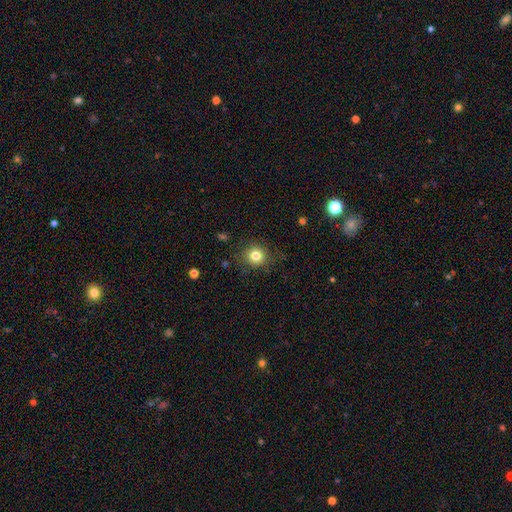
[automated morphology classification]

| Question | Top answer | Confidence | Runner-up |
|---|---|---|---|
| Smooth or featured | smooth | 81% | star or artifact (12%) |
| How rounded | round | 88% | in between (11%) |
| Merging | none | 85% | minor disturbance (10%) |